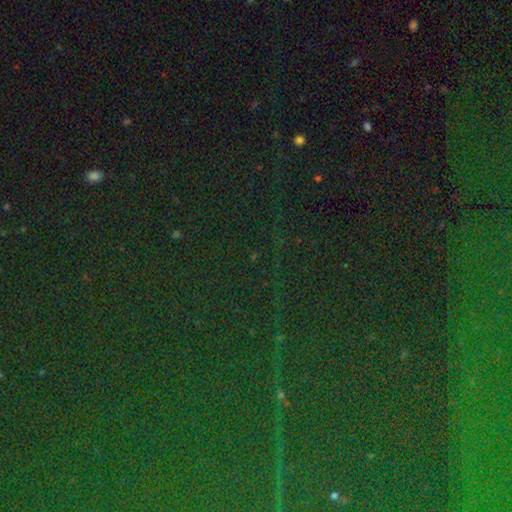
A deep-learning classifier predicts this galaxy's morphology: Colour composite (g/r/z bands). It shows a star or artifact, not a galaxy (84%).